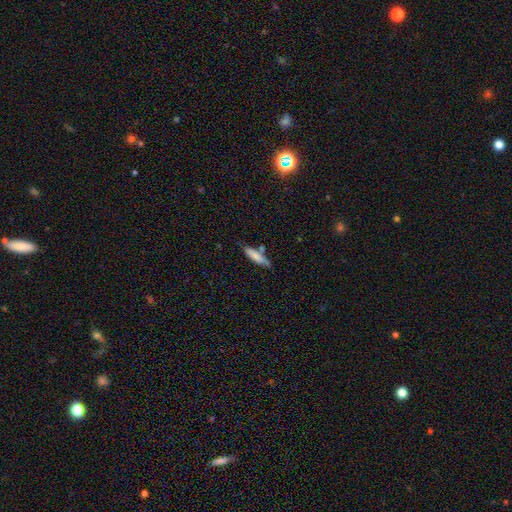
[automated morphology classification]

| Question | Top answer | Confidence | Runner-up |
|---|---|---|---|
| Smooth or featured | smooth | 74% | featured or disk (19%) |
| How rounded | cigar-shaped | 72% | in between (26%) |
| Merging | none | 67% | minor disturbance (18%) |